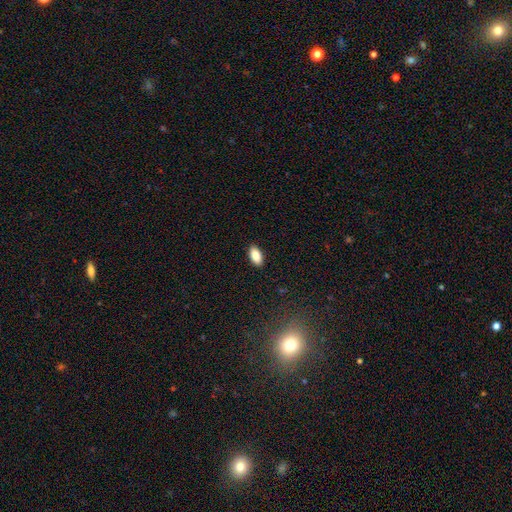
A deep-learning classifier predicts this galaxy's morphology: Smooth or featured: smooth — 86% (star or artifact — 7%)
How rounded: in between — 91% (cigar-shaped — 5%)
Merging: none — 89% (minor disturbance — 8%)